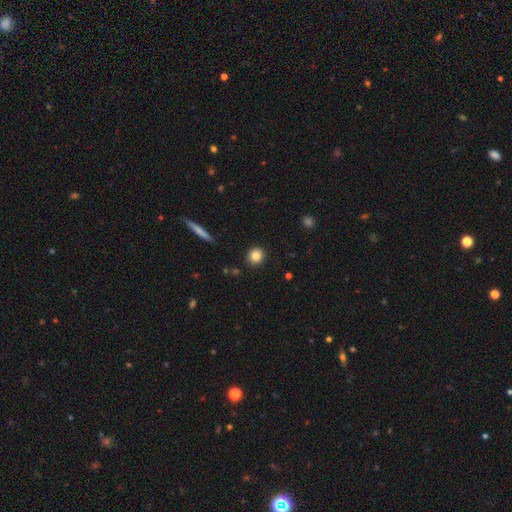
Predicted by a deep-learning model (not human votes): Smooth or featured? smooth (84%)
How rounded? round (87%)
Merging? none (91%)